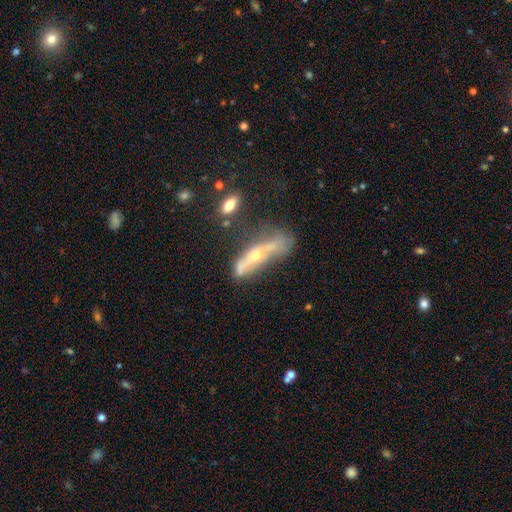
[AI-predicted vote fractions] Smooth or featured?
  - featured or disk: 63% *
  - smooth: 27%
  - star or artifact: 10%
Edge-on disk?
  - yes: 59% *
  - no: 41%
Merging?
  - none: 35% *
  - major disturbance: 25%
  - minor disturbance: 24%
  - merger: 17%